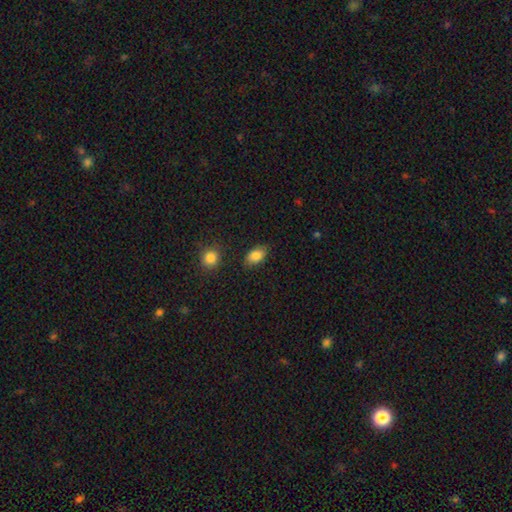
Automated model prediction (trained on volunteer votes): smooth 85%, star or artifact 8%, featured or disk 6%. Down the decision tree: how rounded — in between (87%); merging — none (81%).